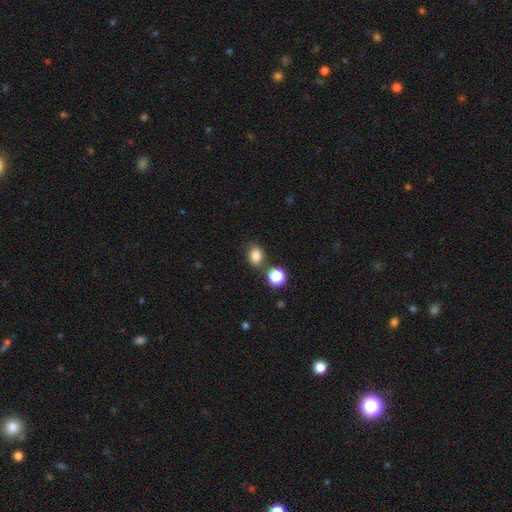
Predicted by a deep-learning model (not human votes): Morphology: type=smooth (82%); roundness=in between (54%); merging=none (74%).